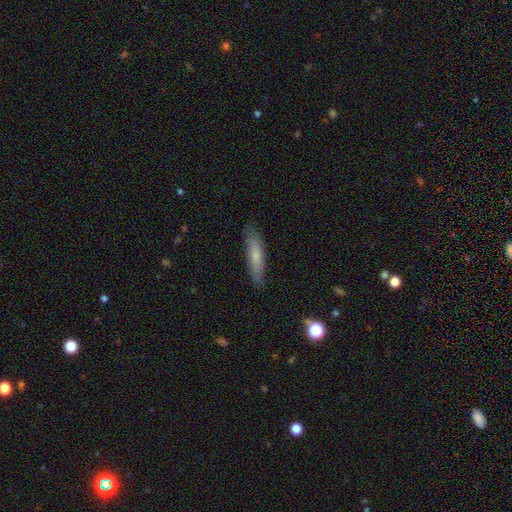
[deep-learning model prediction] Overall: smooth (72%). How rounded: cigar-shaped (73%). Merging: none (83%).